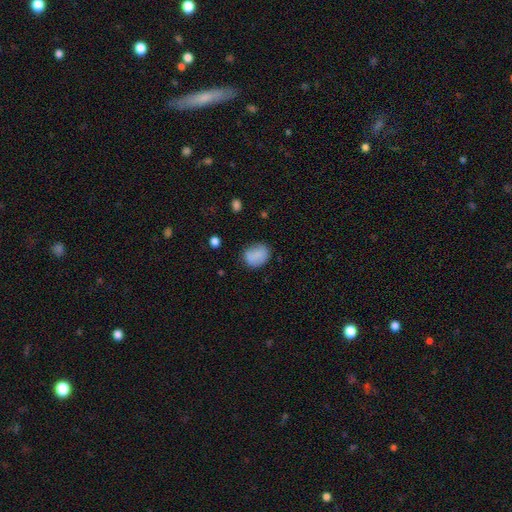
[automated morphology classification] Smooth or featured? Predicted: smooth (p=0.84). How rounded? Predicted: in between (p=0.55). Merging? Predicted: none (p=0.73).